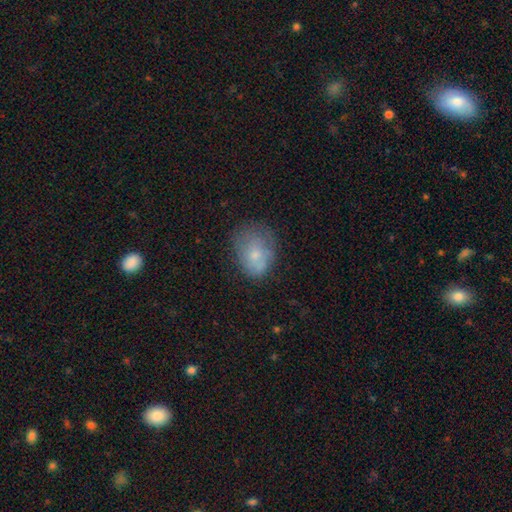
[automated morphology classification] smooth-or-featured: smooth: 66% | featured or disk: 24% | star or artifact: 10%
  how-rounded: in between: 66% | round: 33% | cigar-shaped: 1%
  merging: none: 53% | minor disturbance: 30% | major disturbance: 15% | merger: 3%